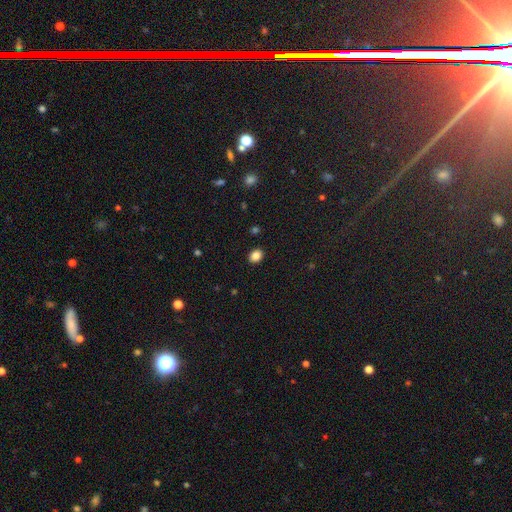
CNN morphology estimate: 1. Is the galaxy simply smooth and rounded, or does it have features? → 86% smooth, 10% star or artifact, 4% featured or disk.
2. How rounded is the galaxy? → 54% in between, 45% round, 1% cigar-shaped.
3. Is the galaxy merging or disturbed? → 90% none, 7% minor disturbance, 2% major disturbance, 1% merger.